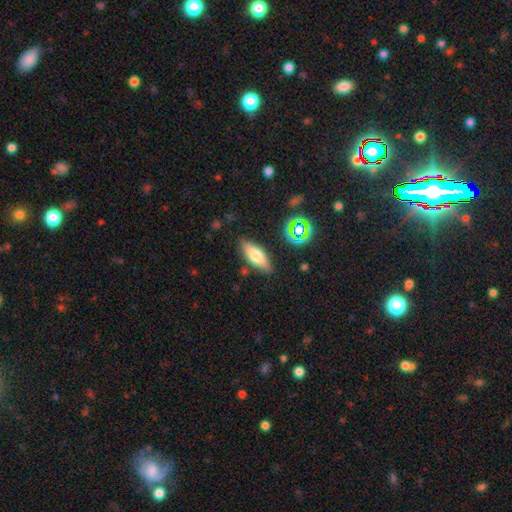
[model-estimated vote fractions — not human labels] Morphology: type=smooth (67%); roundness=in between (68%); merging=none (82%).